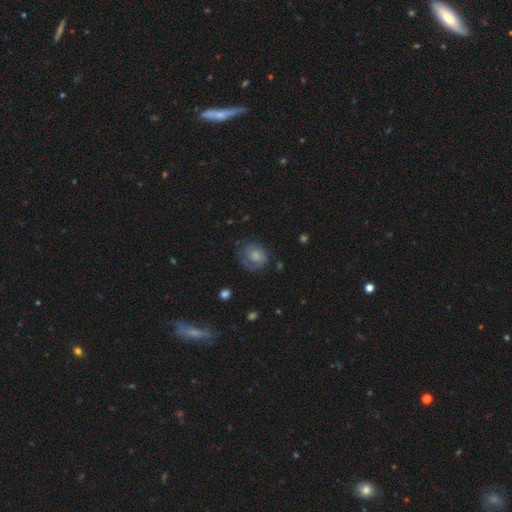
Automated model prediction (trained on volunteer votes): Q: Smooth or featured?
A: smooth (48%); runner-up: featured or disk (43%)
Q: Merging?
A: none (56%); runner-up: minor disturbance (25%)